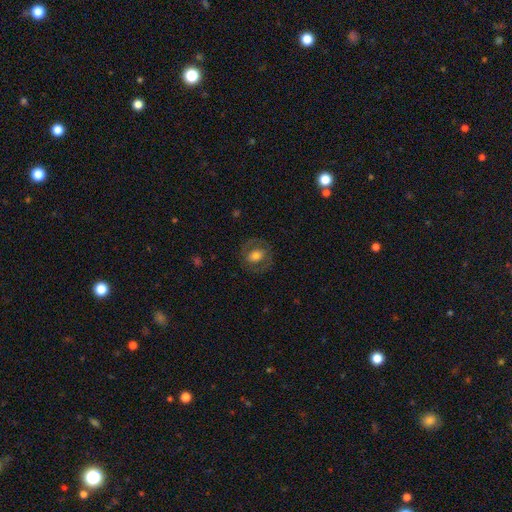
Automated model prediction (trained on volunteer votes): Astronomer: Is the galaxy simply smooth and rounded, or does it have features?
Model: smooth — 52% (runner-up: featured or disk, 40%).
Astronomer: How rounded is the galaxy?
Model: round — 57% (runner-up: in between, 41%).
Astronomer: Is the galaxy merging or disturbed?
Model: none — 77%.